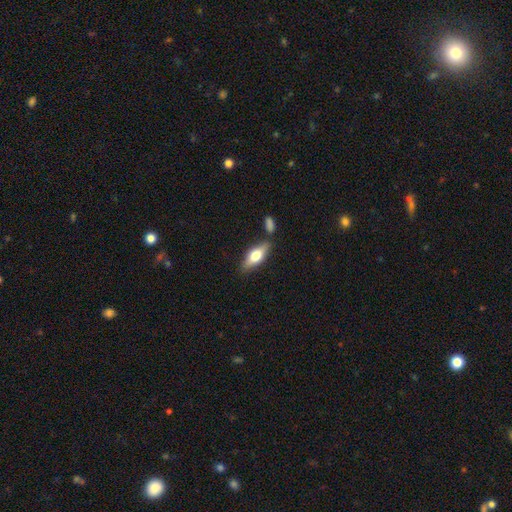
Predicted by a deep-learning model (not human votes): Q: Smooth or featured?
A: smooth (62%); runner-up: featured or disk (31%)
Q: How rounded?
A: in between (70%); runner-up: cigar-shaped (27%)
Q: Merging?
A: none (71%); runner-up: minor disturbance (14%)